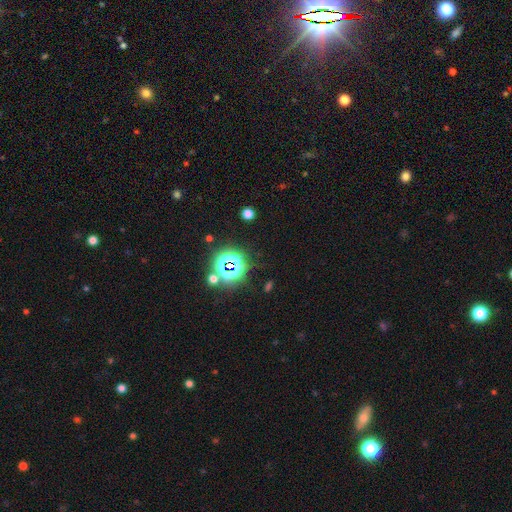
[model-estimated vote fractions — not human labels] The model was most divided on "smooth or featured": star or artifact: 80%, smooth: 12%, featured or disk: 7%.